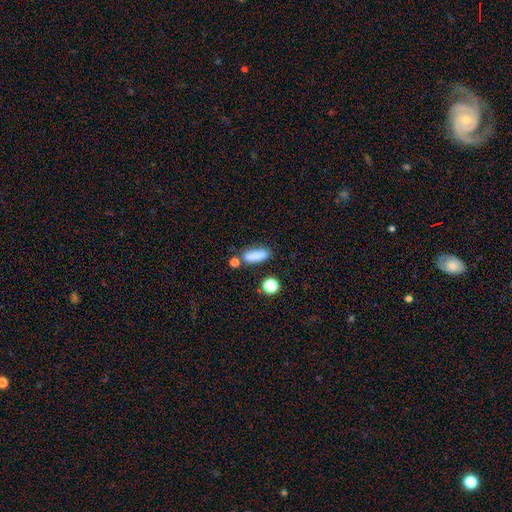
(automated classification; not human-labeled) Morphology: type=smooth (84%); roundness=in between (65%); merging=none (69%).